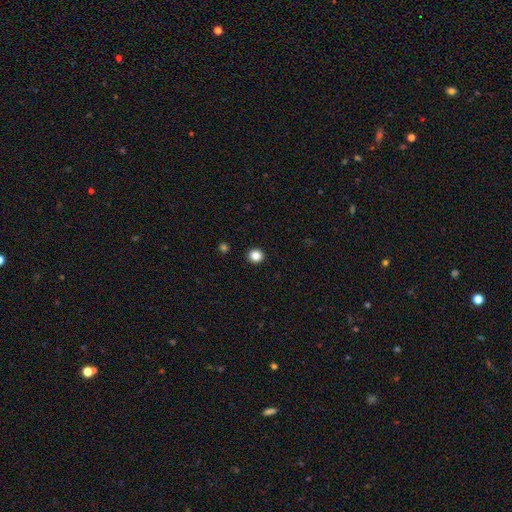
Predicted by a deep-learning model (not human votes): A smooth galaxy with no disk features (85%) that is round (92%).

Vote fractions:
- Smooth or featured? smooth: 85% / star or artifact: 12% / featured or disk: 4%
- How rounded? round: 92% / in between: 7% / cigar-shaped: 1%
- Merging? none: 94% / minor disturbance: 4% / major disturbance: 1% / merger: 1%